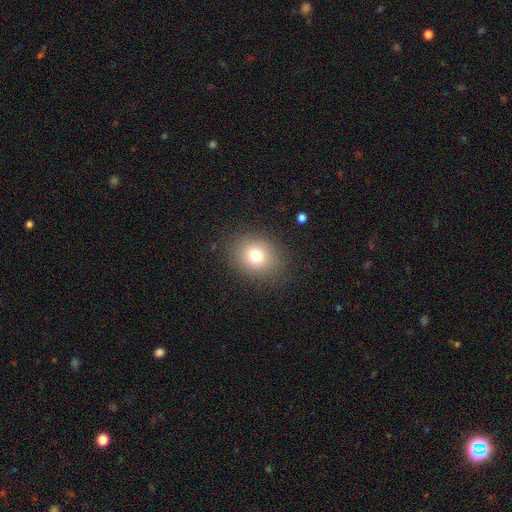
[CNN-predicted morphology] Smooth or featured: smooth — 75% (star or artifact — 14%)
How rounded: round — 64% (in between — 35%)
Merging: none — 86% (minor disturbance — 9%)